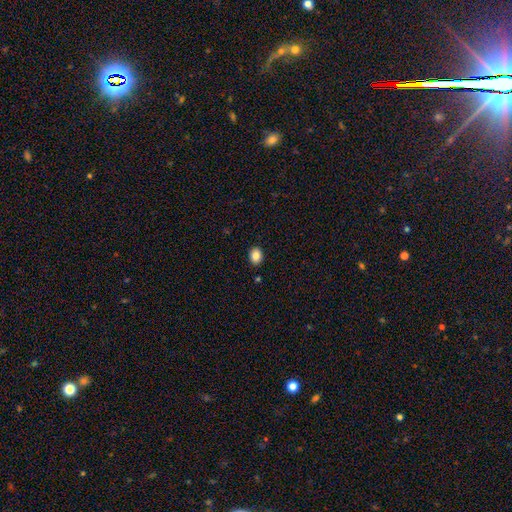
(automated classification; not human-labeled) Overall: smooth (85%). How rounded: in between (61%; round 38%). Merging: none (90%).